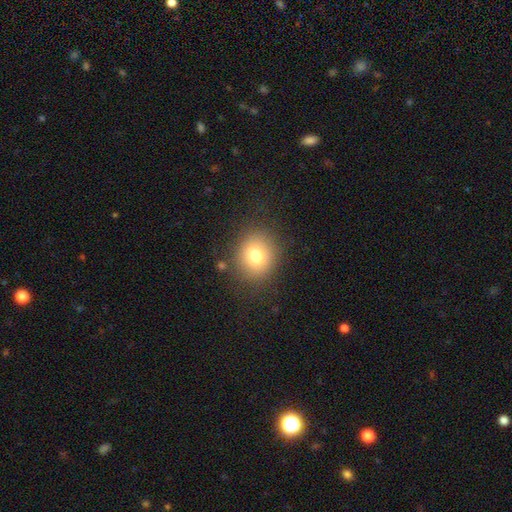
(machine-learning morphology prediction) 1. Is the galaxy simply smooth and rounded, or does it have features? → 78% smooth, 12% star or artifact, 11% featured or disk.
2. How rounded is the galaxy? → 79% round, 20% in between, 1% cigar-shaped.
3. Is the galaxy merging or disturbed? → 85% none, 10% minor disturbance, 4% major disturbance, 2% merger.